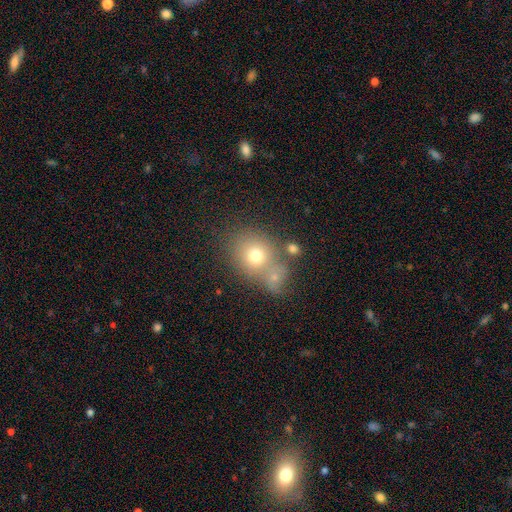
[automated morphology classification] This is likely a smooth galaxy (69%). How rounded: likely round (69%). Merging: possibly none (51%).